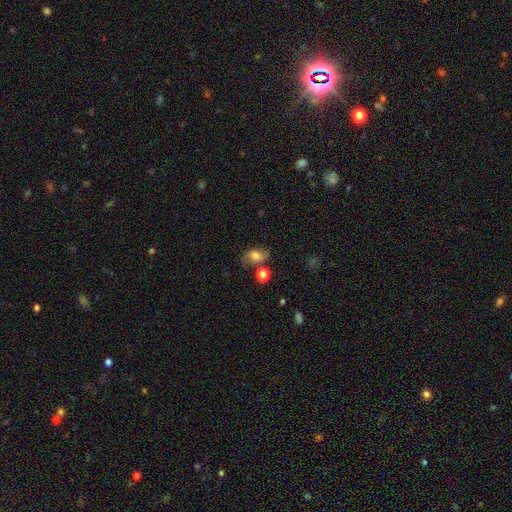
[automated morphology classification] The model was most divided on "smooth or featured": smooth: 53%, featured or disk: 34%, star or artifact: 12%. More confident: how rounded — in between (74%); merging — none (57%).